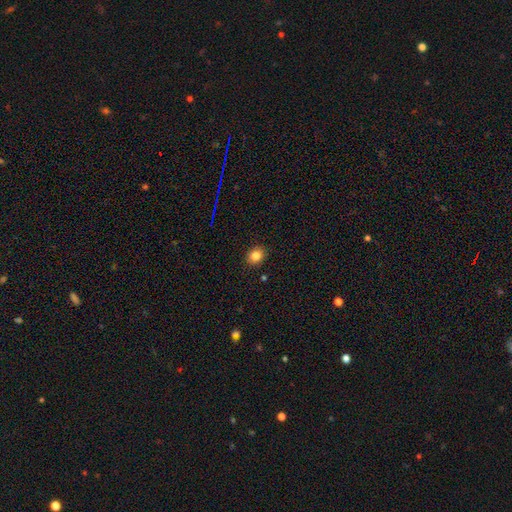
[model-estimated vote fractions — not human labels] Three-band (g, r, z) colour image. It shows a smooth galaxy with no disk features (83%) that is round (61%). Merging: none (89%).